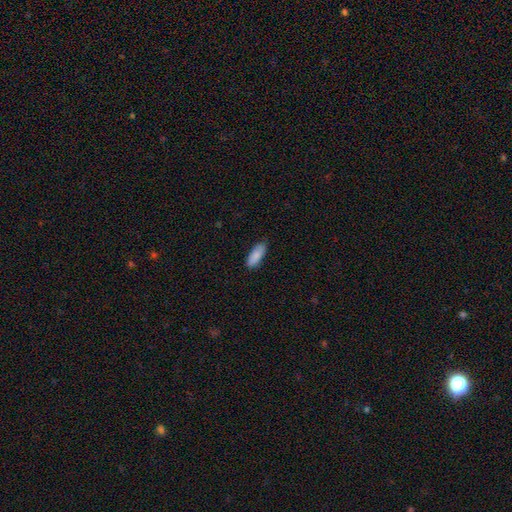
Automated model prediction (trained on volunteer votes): smooth 87%, featured or disk 7%, star or artifact 6%. Down the decision tree: how rounded — in between (75%); merging — none (85%).